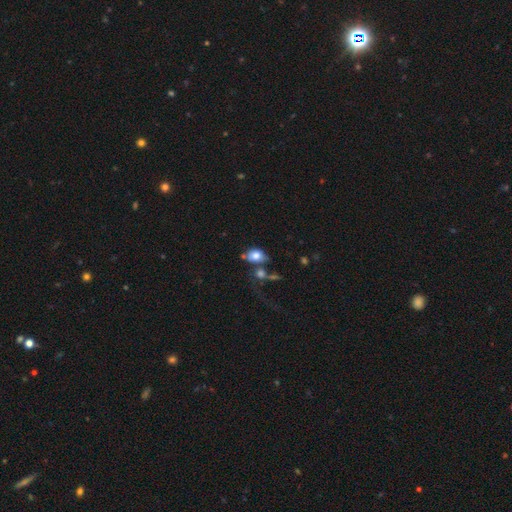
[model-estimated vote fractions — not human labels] Smooth or featured?
  - smooth: 75% *
  - featured or disk: 16%
  - star or artifact: 9%
How rounded?
  - in between: 72% *
  - round: 26%
  - cigar-shaped: 2%
Merging?
  - none: 37% *
  - merger: 32%
  - minor disturbance: 17%
  - major disturbance: 15%